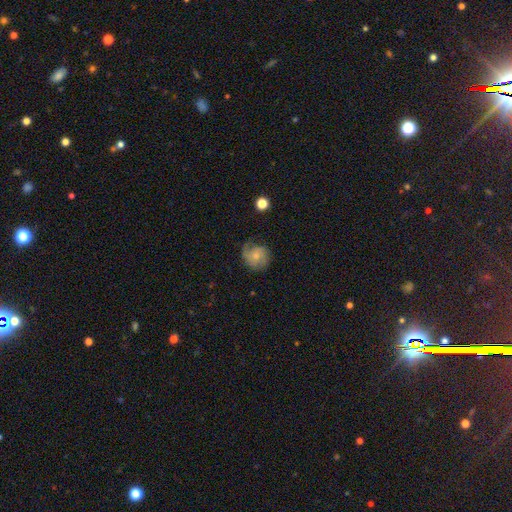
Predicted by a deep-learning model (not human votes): Smooth or featured? Predicted: smooth (p=0.50). How rounded? Predicted: round (p=0.81). Merging? Predicted: none (p=0.59).